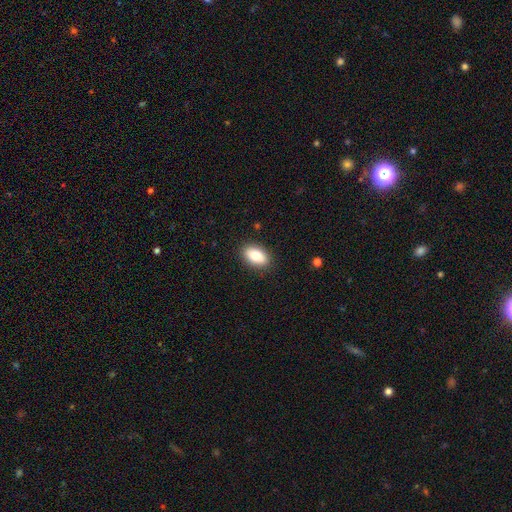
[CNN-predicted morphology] Smooth or featured? Predicted: smooth (p=0.83). How rounded? Predicted: in between (p=0.90). Merging? Predicted: none (p=0.89).